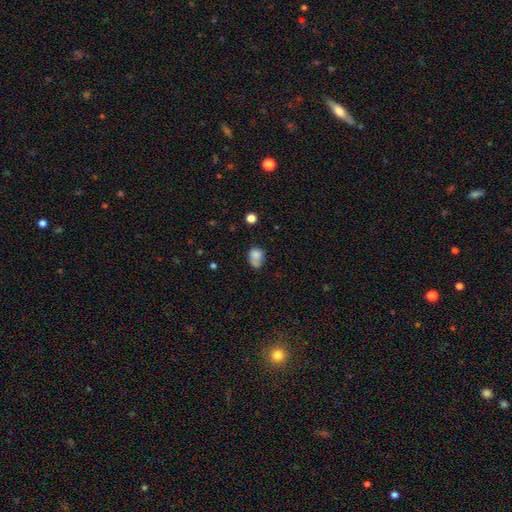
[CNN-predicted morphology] smooth_or_featured: smooth (p=0.79) [alt: featured or disk p=0.11]
how_rounded: in between (p=0.55) [alt: round p=0.44]
merging: none (p=0.42) [alt: minor disturbance p=0.30]